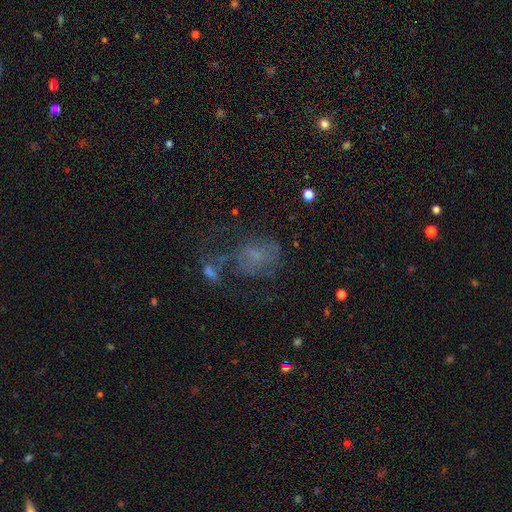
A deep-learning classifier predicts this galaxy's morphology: Q: Smooth or featured?
A: smooth (43%); runner-up: featured or disk (36%)
Q: Merging?
A: major disturbance (33%); runner-up: none (31%)